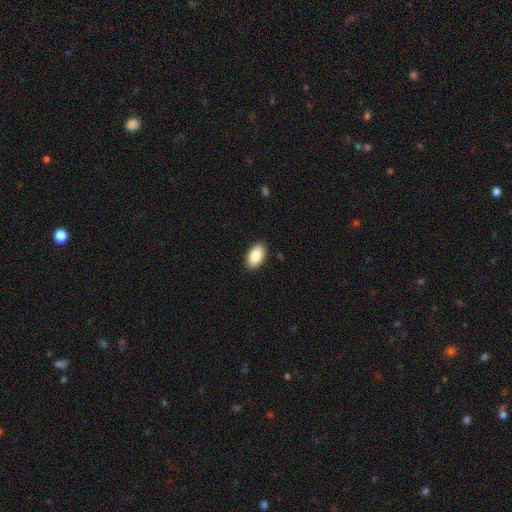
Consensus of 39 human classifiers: Smooth or featured? 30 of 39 (77%) said smooth. How rounded? 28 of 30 (93%) said in between. Merging? 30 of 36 (83%) said none.